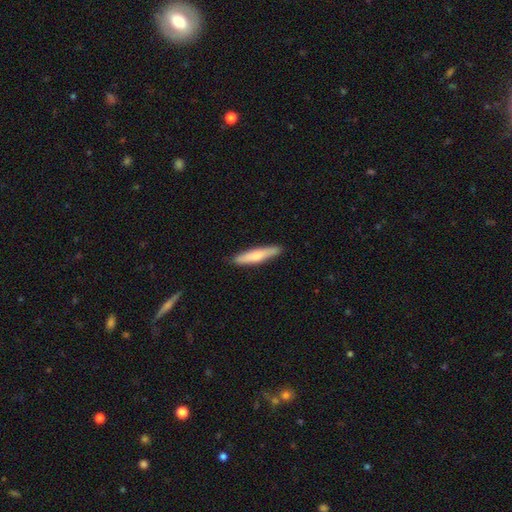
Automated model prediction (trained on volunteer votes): Smooth or featured? Predicted: smooth (p=0.69). How rounded? Predicted: cigar-shaped (p=0.89). Merging? Predicted: none (p=0.89).